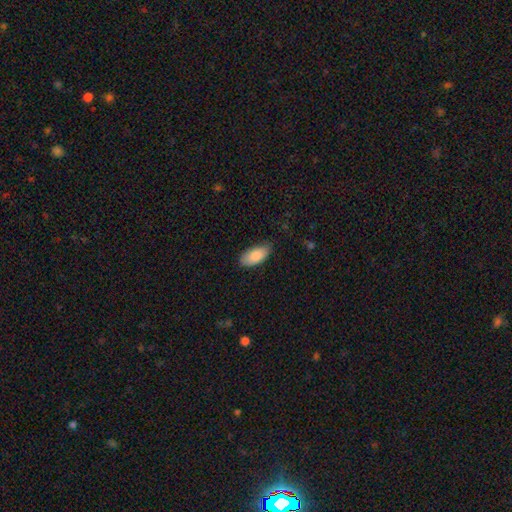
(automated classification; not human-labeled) Smooth or featured? Predicted: smooth (p=0.85). How rounded? Predicted: in between (p=0.92). Merging? Predicted: none (p=0.78).